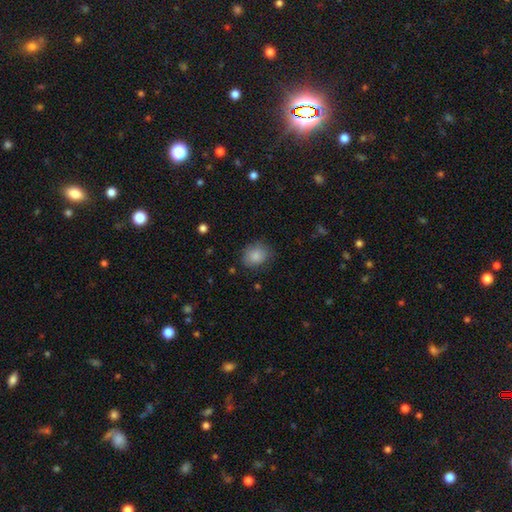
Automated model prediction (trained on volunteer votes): Smooth or featured?
  - smooth: 86% *
  - star or artifact: 8%
  - featured or disk: 6%
How rounded?
  - round: 52% *
  - in between: 47%
  - cigar-shaped: 1%
Merging?
  - none: 77% *
  - minor disturbance: 17%
  - major disturbance: 5%
  - merger: 1%